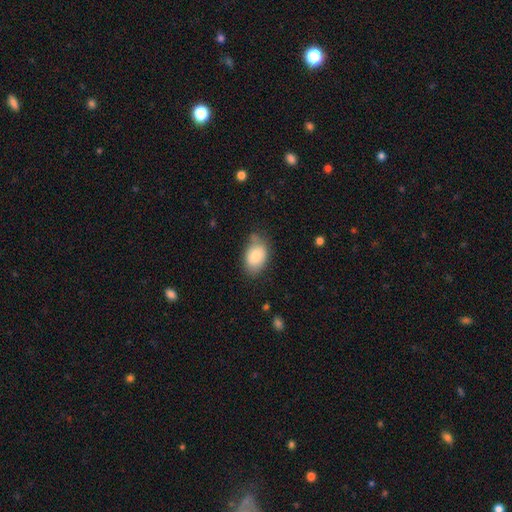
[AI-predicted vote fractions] This is likely a smooth galaxy (79%). How rounded: clearly in between (85%). Merging: likely none (62%).